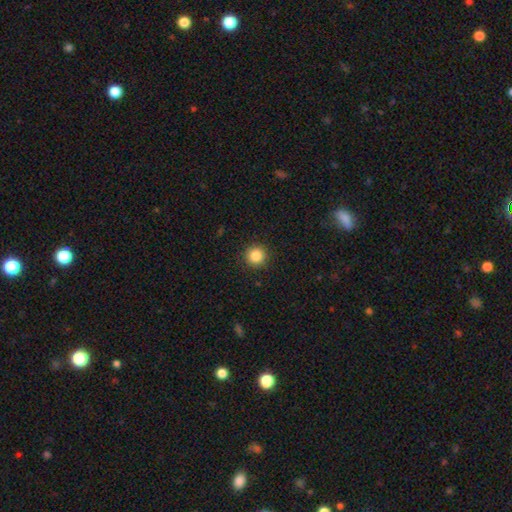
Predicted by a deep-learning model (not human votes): smooth-or-featured: smooth: 86% | star or artifact: 10% | featured or disk: 4%
  how-rounded: round: 95% | in between: 4% | cigar-shaped: 1%
  merging: none: 92% | minor disturbance: 5% | major disturbance: 2% | merger: 1%